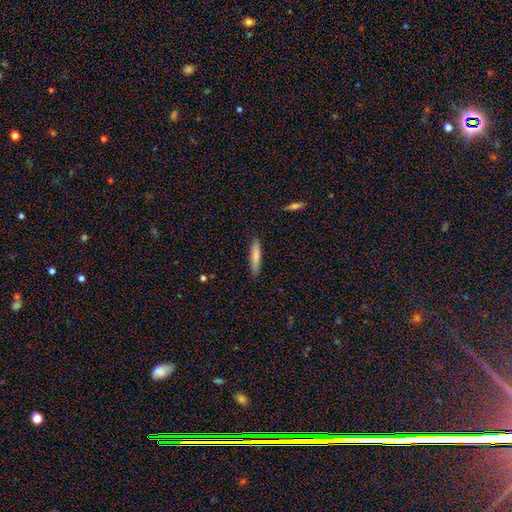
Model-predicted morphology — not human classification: A smooth galaxy with no disk features (80%) that is cigar-shaped (83%). Merging: none (88%).